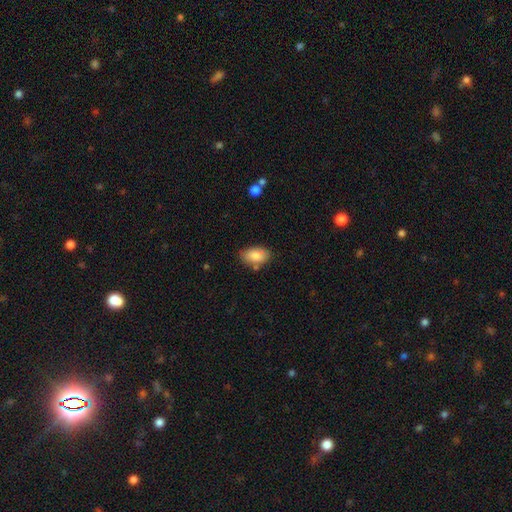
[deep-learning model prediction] smooth-or-featured: smooth: 86% | featured or disk: 7% | star or artifact: 7%
  how-rounded: in between: 91% | round: 7% | cigar-shaped: 2%
  merging: none: 75% | minor disturbance: 16% | merger: 6% | major disturbance: 3%